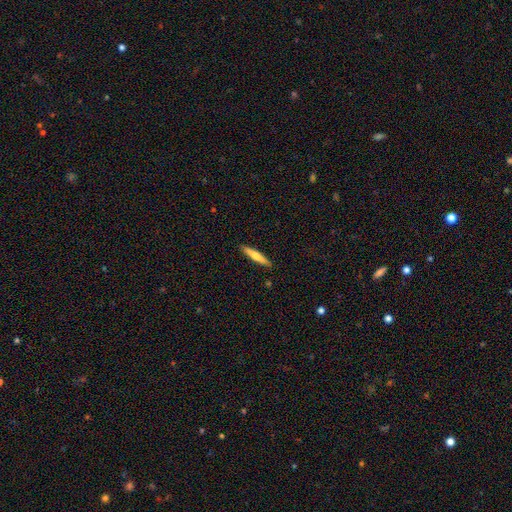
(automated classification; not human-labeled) Smooth or featured?
  - smooth: 58% *
  - featured or disk: 37%
  - star or artifact: 6%
How rounded?
  - cigar-shaped: 91% *
  - in between: 8%
  - round: 1%
Merging?
  - none: 90% *
  - minor disturbance: 7%
  - major disturbance: 1%
  - merger: 1%